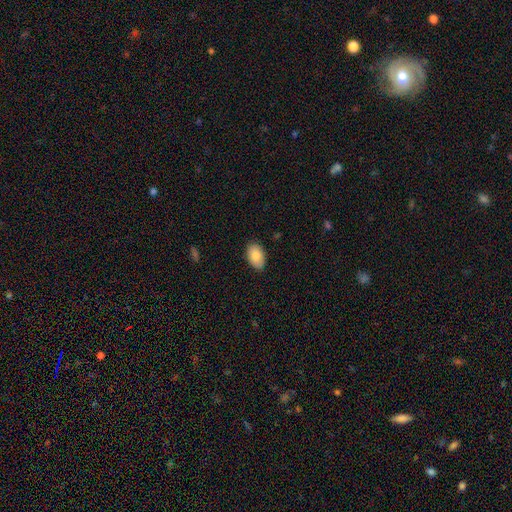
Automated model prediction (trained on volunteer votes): This is clearly a smooth galaxy (86%). How rounded: clearly in between (92%). Merging: clearly none (86%).